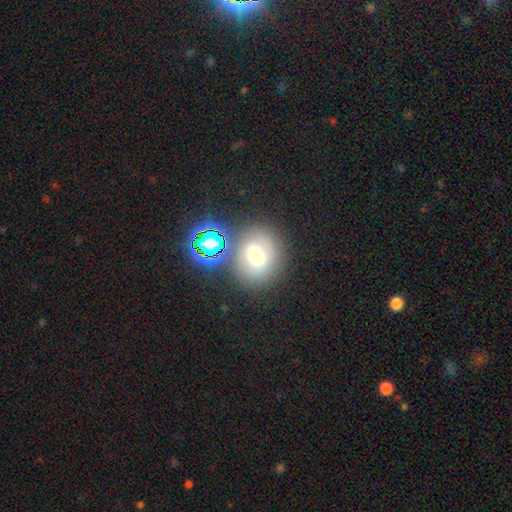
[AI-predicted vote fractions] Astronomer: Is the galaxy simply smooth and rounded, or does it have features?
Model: smooth — 56%.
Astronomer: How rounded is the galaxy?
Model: round — 64%.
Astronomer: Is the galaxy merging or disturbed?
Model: none — 72%.